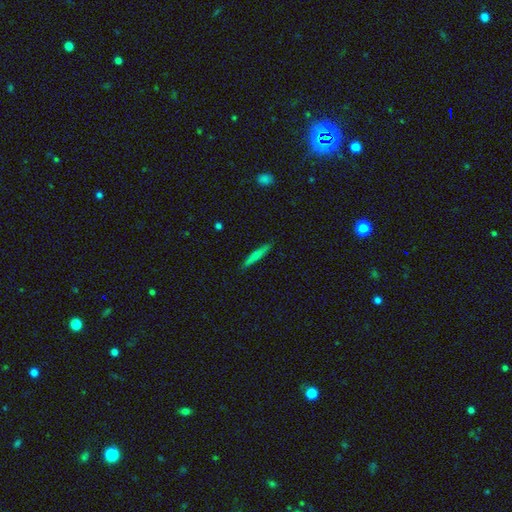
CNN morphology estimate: Smooth or featured? Predicted: smooth (p=0.70). How rounded? Predicted: cigar-shaped (p=0.93). Merging? Predicted: none (p=0.87).